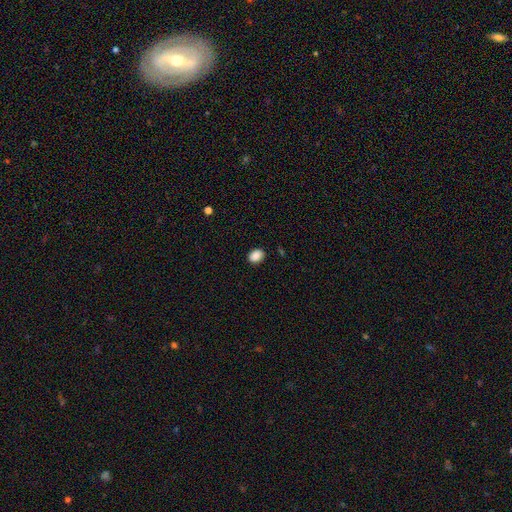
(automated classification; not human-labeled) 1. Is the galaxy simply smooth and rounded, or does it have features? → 89% smooth, 8% star or artifact, 3% featured or disk.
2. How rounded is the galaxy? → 68% in between, 31% round, 1% cigar-shaped.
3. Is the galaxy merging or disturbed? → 88% none, 9% minor disturbance, 2% major disturbance, 1% merger.